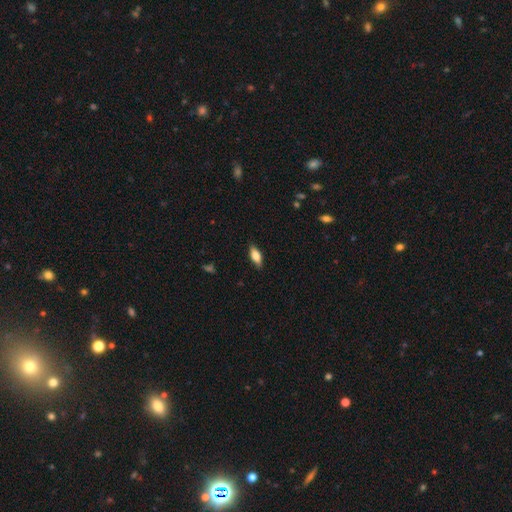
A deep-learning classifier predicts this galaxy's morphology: This appears to be a smooth galaxy with no disk features (72%) that is in between round and cigar-shaped (77%). Merging: none (84%).